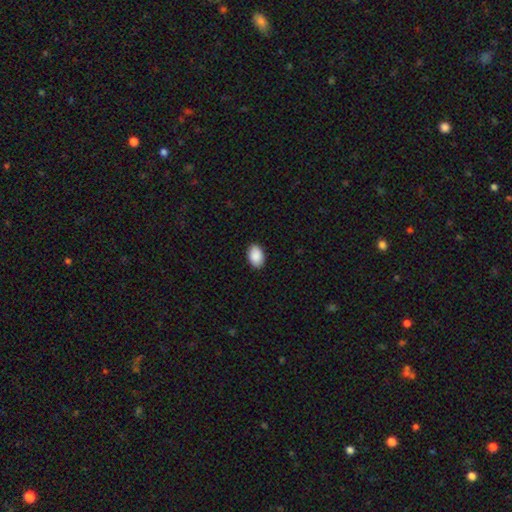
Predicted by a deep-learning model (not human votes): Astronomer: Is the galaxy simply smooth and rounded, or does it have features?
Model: smooth — 90%.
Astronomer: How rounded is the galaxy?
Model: in between — 90%.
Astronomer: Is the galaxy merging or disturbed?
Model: none — 89%.